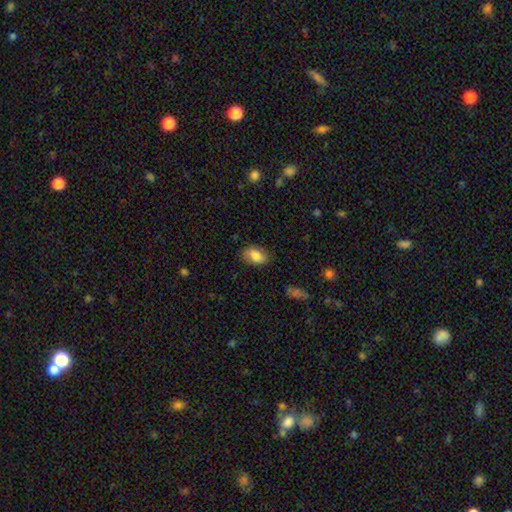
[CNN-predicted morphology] A smooth galaxy with no disk features (81%) that is in between round and cigar-shaped (90%). Merging: none (81%).